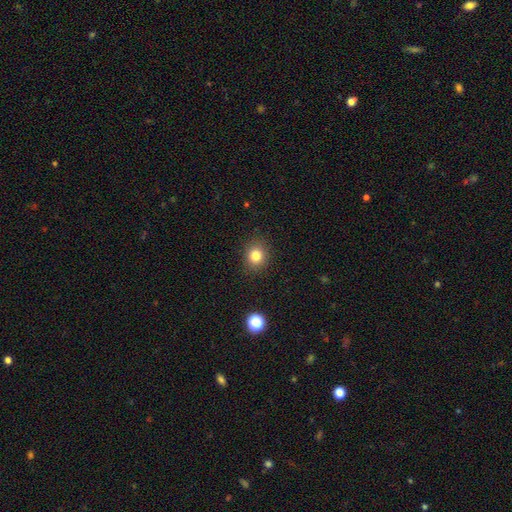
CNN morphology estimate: Smooth or featured: smooth — 81% (star or artifact — 12%)
How rounded: round — 76% (in between — 23%)
Merging: none — 89% (minor disturbance — 8%)